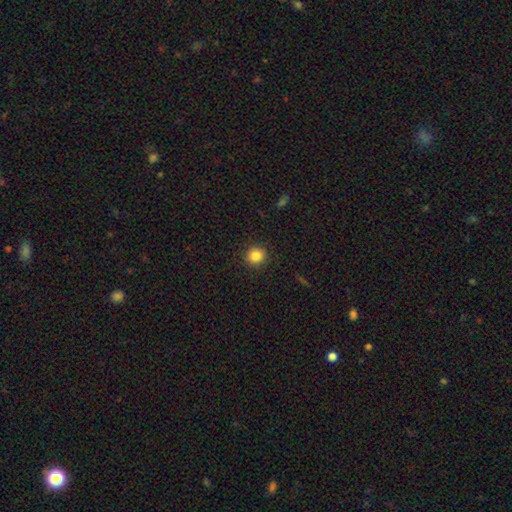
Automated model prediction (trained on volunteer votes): Q: Smooth or featured?
A: smooth (84%); runner-up: star or artifact (11%)
Q: How rounded?
A: round (91%); runner-up: in between (9%)
Q: Merging?
A: none (91%); runner-up: minor disturbance (6%)